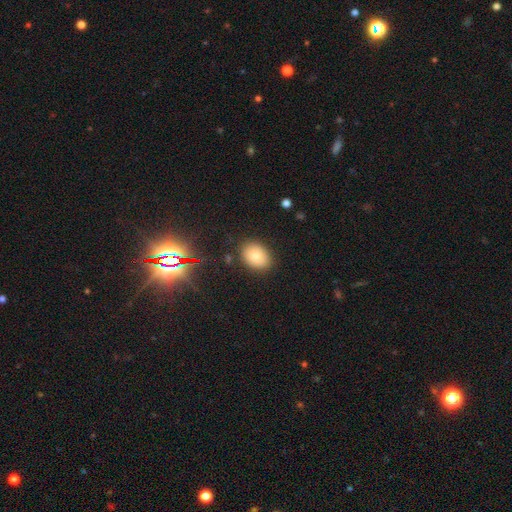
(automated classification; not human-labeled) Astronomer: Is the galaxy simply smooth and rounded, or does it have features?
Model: smooth — 75%.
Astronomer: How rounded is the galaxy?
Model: in between — 65%.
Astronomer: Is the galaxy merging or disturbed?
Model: none — 85%.